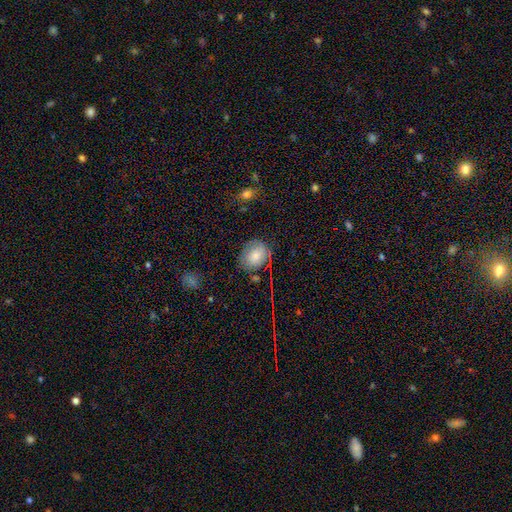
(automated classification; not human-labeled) smooth 76%, featured or disk 15%, star or artifact 9%. Down the decision tree: how rounded — round (52%); merging — none (69%).